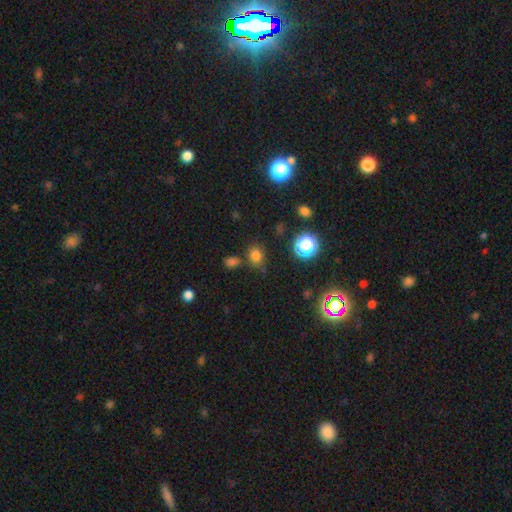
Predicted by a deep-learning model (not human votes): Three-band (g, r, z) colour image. It shows a smooth galaxy with no disk features (73%) that is round (57%). Merging: none (70%).